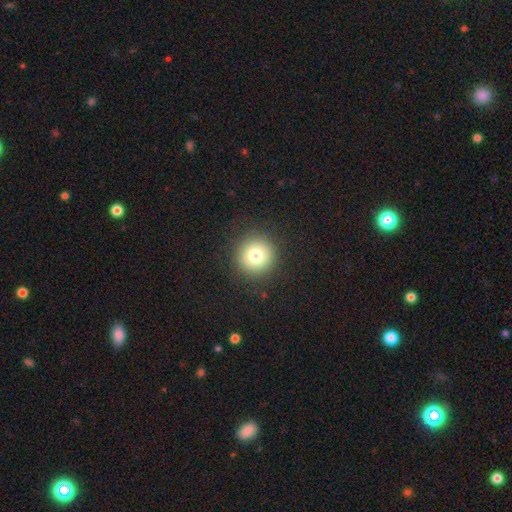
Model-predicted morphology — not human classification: Smooth or featured? Predicted: smooth (p=0.75). How rounded? Predicted: round (p=0.95). Merging? Predicted: none (p=0.91).